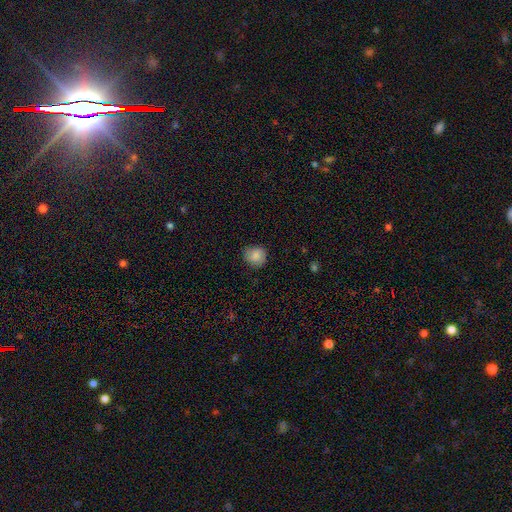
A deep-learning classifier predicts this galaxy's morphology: Overall: smooth (83%). How rounded: round (83%). Merging: none (77%).